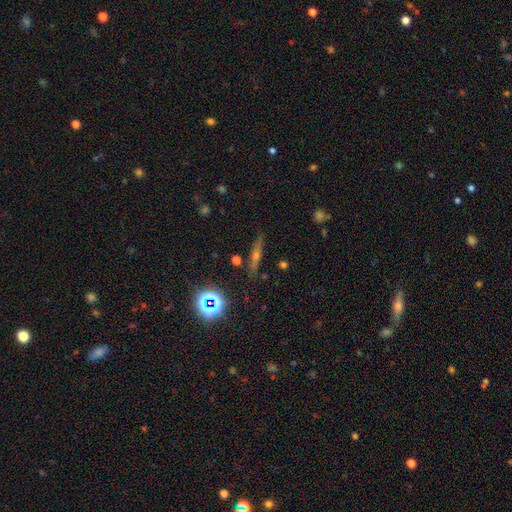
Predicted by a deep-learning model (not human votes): This appears to be a featured or disk galaxy (56%) viewed edge-on (93%) with a rounded central bulge (86%). Merging: none (87%).